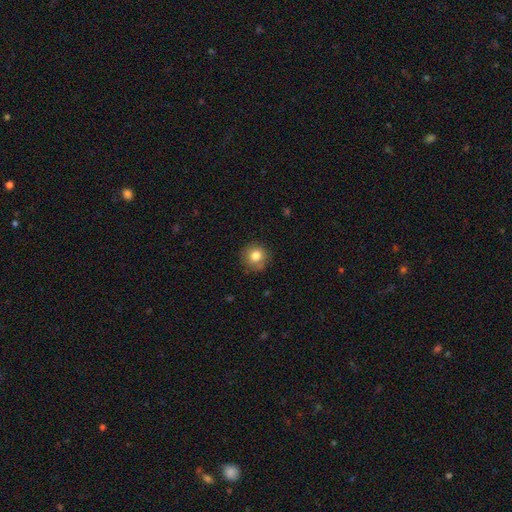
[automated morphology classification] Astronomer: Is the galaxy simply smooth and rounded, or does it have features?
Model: smooth — 81%.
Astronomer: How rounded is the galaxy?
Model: round — 92%.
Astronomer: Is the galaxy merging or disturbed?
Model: none — 85%.